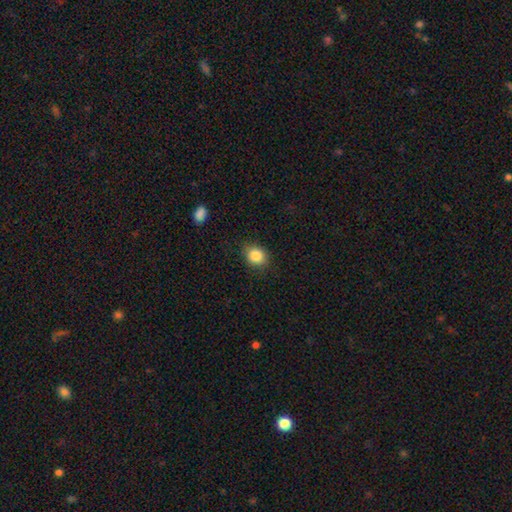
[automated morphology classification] Q: Smooth or featured?
A: smooth (85%); runner-up: star or artifact (10%)
Q: How rounded?
A: round (63%); runner-up: in between (36%)
Q: Merging?
A: none (83%); runner-up: minor disturbance (12%)